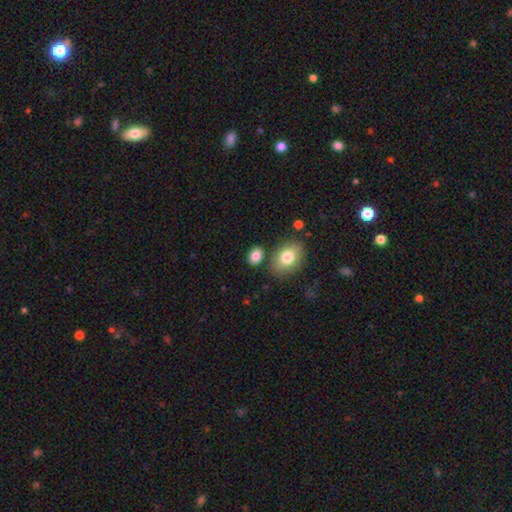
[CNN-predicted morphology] The model was most divided on "how rounded": in between: 73%, round: 26%, cigar-shaped: 1%. More confident: smooth or featured — smooth (84%); merging — none (75%).